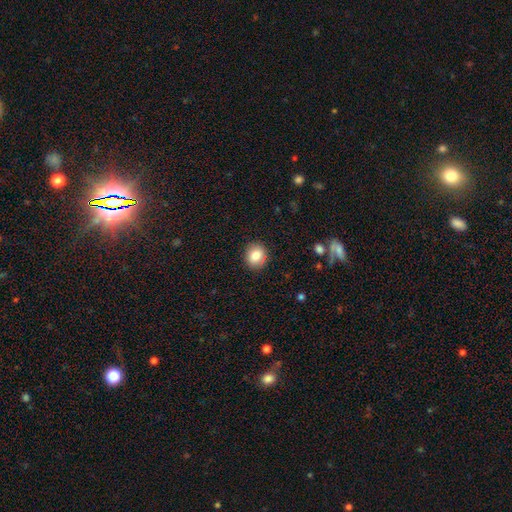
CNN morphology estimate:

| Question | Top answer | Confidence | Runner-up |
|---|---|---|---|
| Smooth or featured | smooth | 83% | star or artifact (9%) |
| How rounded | round | 75% | in between (24%) |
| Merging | none | 88% | minor disturbance (9%) |